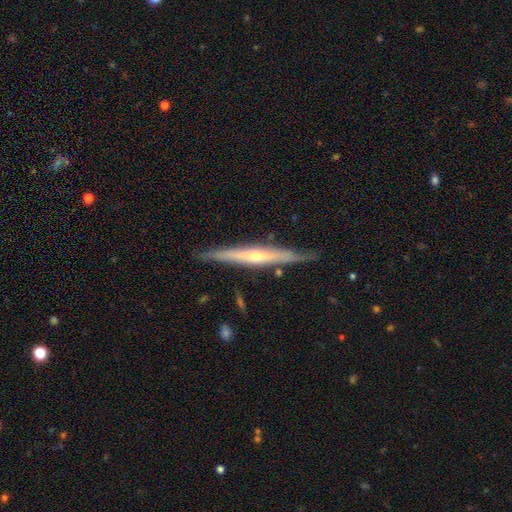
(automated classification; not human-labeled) Q: Smooth or featured?
A: featured or disk (73%); runner-up: smooth (21%)
Q: Edge-on disk?
A: yes (95%); runner-up: no (5%)
Q: Edge-on bulge?
A: rounded (74%); runner-up: none (23%)
Q: Merging?
A: none (86%); runner-up: minor disturbance (11%)